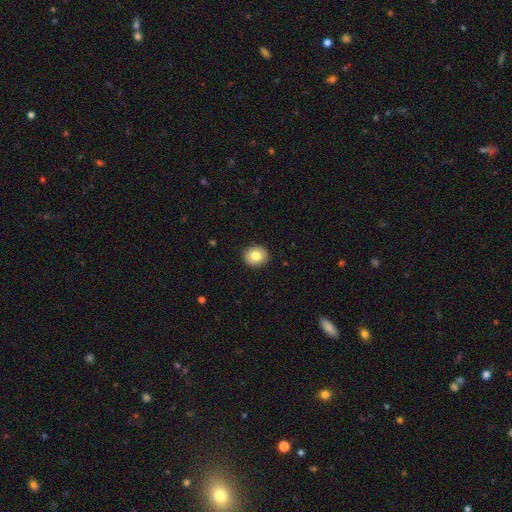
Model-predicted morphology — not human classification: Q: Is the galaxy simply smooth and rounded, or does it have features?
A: smooth — 80%.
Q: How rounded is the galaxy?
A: round — 67%.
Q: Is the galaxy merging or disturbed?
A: none — 91%.